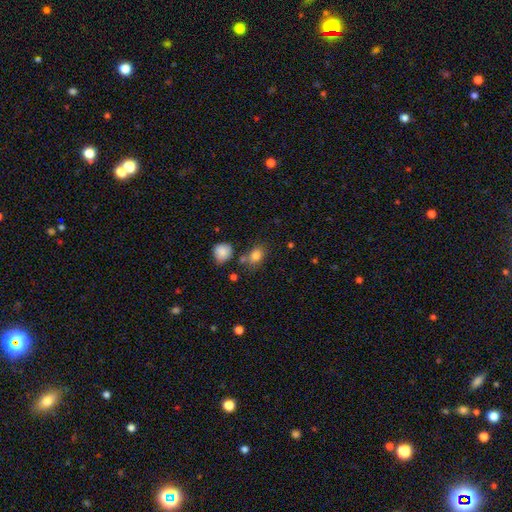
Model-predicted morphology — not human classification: A smooth galaxy with no disk features (81%) that is in between round and cigar-shaped (59%). Merging: none (66%).